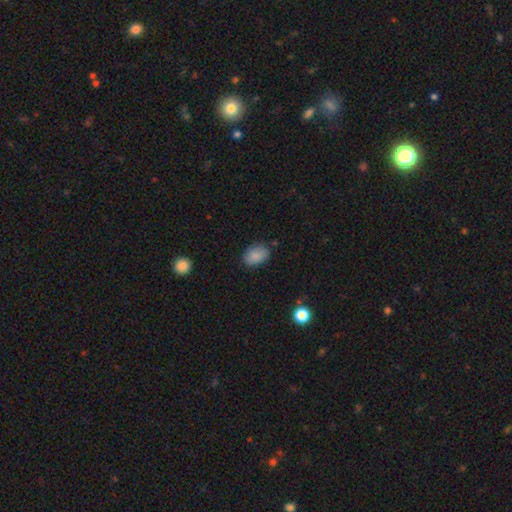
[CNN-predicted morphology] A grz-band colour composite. It shows a smooth galaxy with no disk features (86%) that is in between round and cigar-shaped (84%). Merging: none (81%).